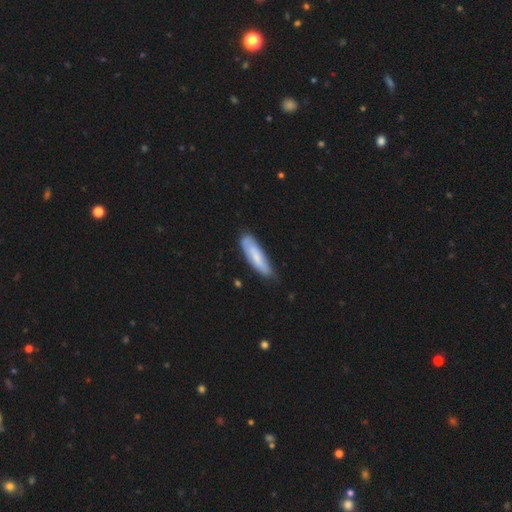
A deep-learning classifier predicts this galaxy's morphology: type=smooth (64%); roundness=cigar-shaped (62%); merging=none (70%).